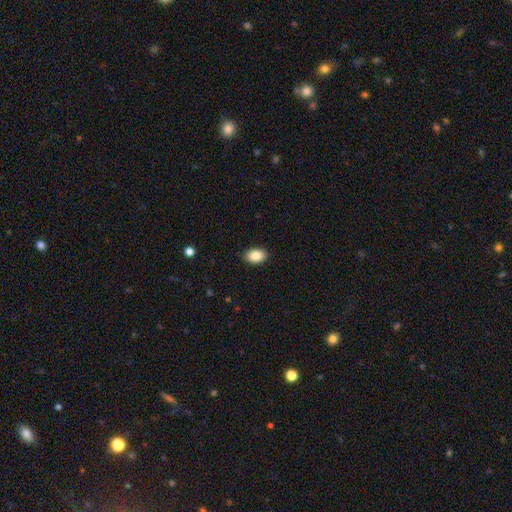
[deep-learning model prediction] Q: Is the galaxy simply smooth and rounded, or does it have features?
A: smooth — 87%.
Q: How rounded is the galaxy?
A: in between — 85%.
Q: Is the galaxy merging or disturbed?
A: none — 90%.